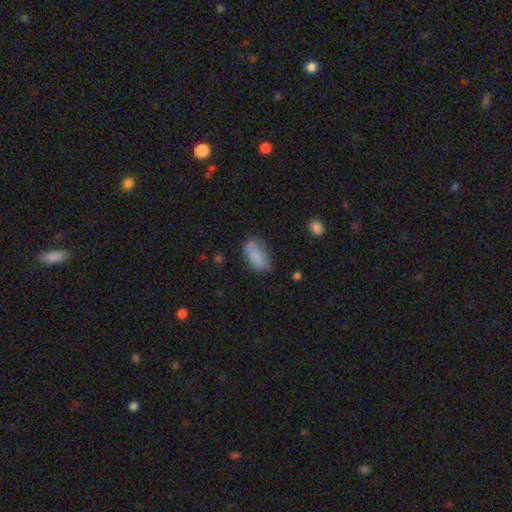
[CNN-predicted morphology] This appears to be a smooth galaxy with no disk features (84%) that is in between round and cigar-shaped (91%). Merging: none (63%).